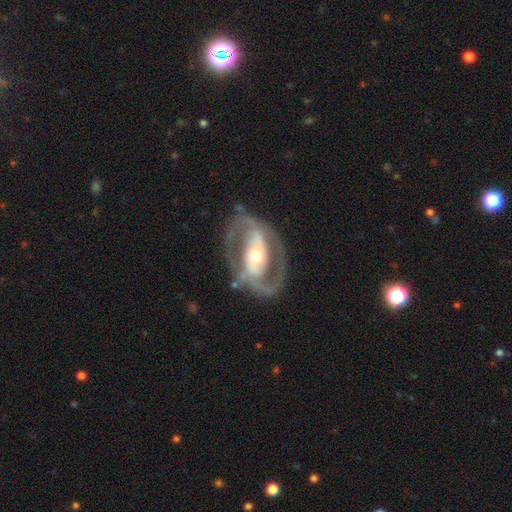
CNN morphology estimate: Q: Smooth or featured?
A: featured or disk (85%); runner-up: smooth (10%)
Q: Edge-on disk?
A: no (95%); runner-up: yes (5%)
Q: Bar?
A: strong (40%); runner-up: no (32%)
Q: Spiral arms?
A: yes (81%); runner-up: no (19%)
Q: Spiral winding?
A: medium (48%); runner-up: tight (32%)
Q: Spiral arm count?
A: 2 (87%); runner-up: can't tell (7%)
Q: Bulge size?
A: moderate (64%); runner-up: small (25%)
Q: Merging?
A: none (76%); runner-up: minor disturbance (13%)